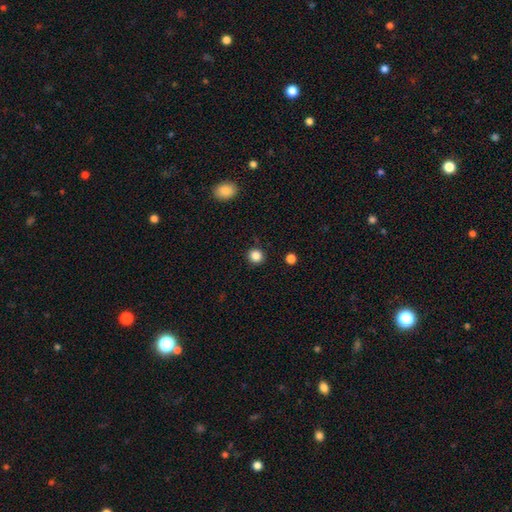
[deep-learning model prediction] A smooth galaxy with no disk features (85%) that is round (92%). Merging: none (90%).